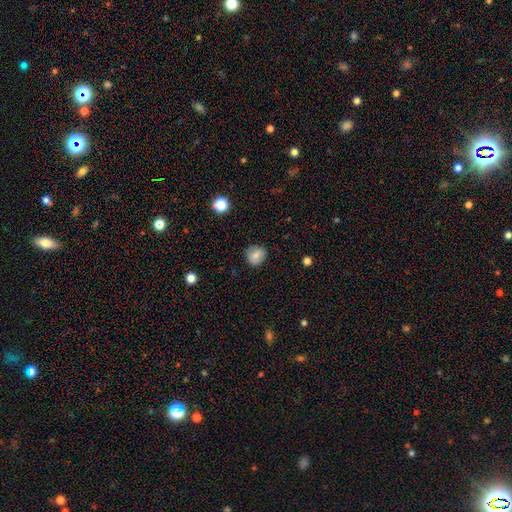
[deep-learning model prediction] Smooth or featured: smooth — 79% (featured or disk — 11%)
How rounded: round — 83% (in between — 17%)
Merging: none — 80% (minor disturbance — 16%)